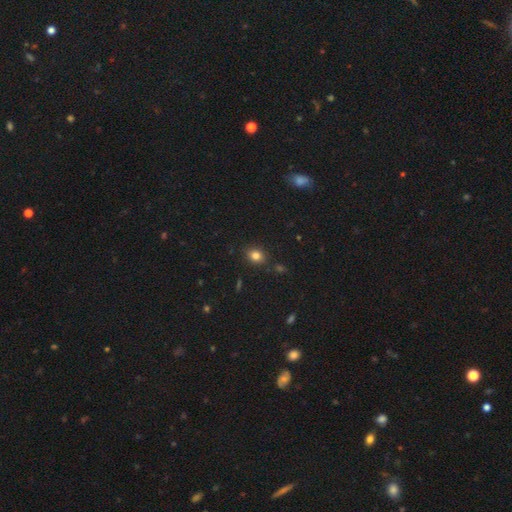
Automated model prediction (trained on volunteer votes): This appears to be a smooth galaxy with no disk features (81%) that is round (54%). Merging: none (85%).